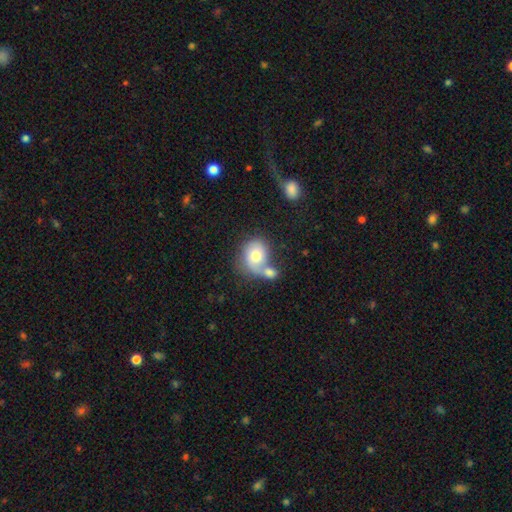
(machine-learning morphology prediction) Q: Smooth or featured?
A: smooth (66%); runner-up: featured or disk (27%)
Q: How rounded?
A: round (55%); runner-up: in between (44%)
Q: Merging?
A: merger (54%); runner-up: none (26%)